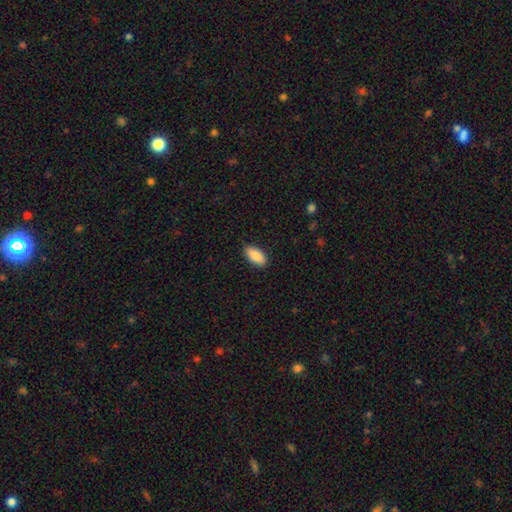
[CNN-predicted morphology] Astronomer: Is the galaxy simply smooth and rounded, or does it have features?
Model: smooth — 88%.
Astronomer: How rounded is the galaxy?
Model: in between — 90%.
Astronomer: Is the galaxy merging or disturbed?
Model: none — 89%.